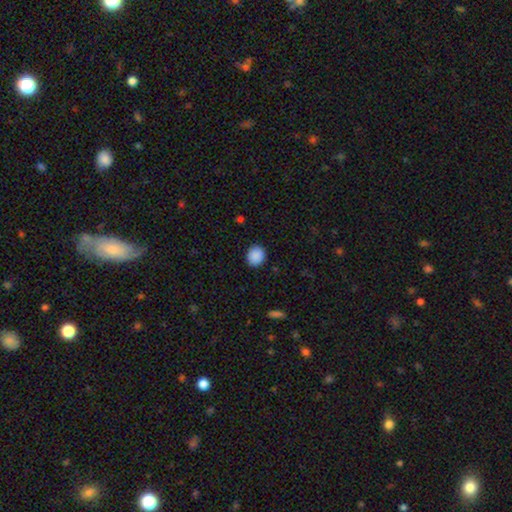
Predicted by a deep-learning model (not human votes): Smooth or featured?
  - smooth: 89% *
  - star or artifact: 8%
  - featured or disk: 3%
How rounded?
  - round: 76% *
  - in between: 23%
  - cigar-shaped: 1%
Merging?
  - none: 90% *
  - minor disturbance: 7%
  - major disturbance: 2%
  - merger: 1%